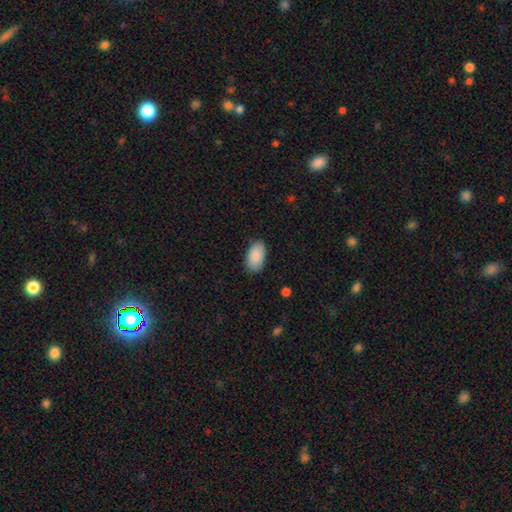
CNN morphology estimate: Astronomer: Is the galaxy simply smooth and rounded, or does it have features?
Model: smooth — 90%.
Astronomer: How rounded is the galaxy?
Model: in between — 95%.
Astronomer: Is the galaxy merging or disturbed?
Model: none — 83%.